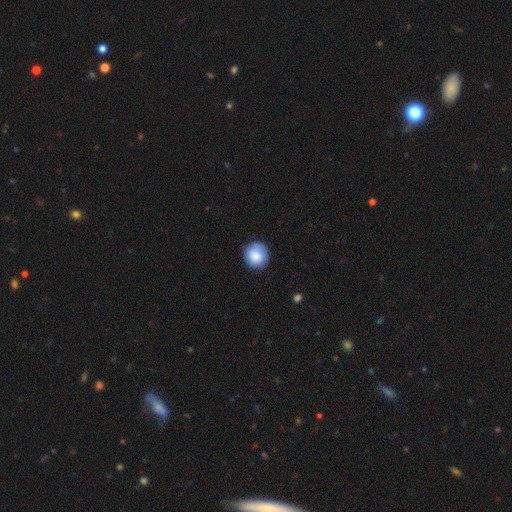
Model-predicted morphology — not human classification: A smooth galaxy with no disk features (85%) that is round (92%). Merging: none (83%).